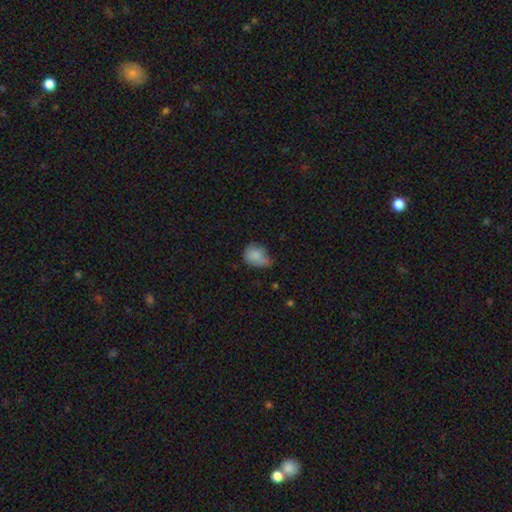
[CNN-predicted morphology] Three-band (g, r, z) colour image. It shows a smooth galaxy with no disk features (79%) that is in between round and cigar-shaped (55%). Merging: minor disturbance (45%).